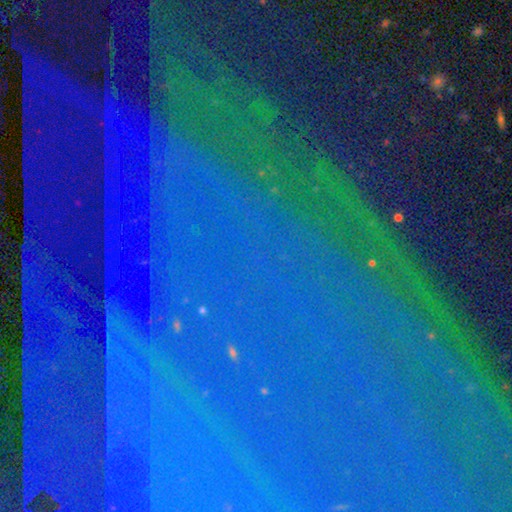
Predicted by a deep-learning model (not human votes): Q: Smooth or featured?
A: star or artifact (87%); runner-up: featured or disk (7%)